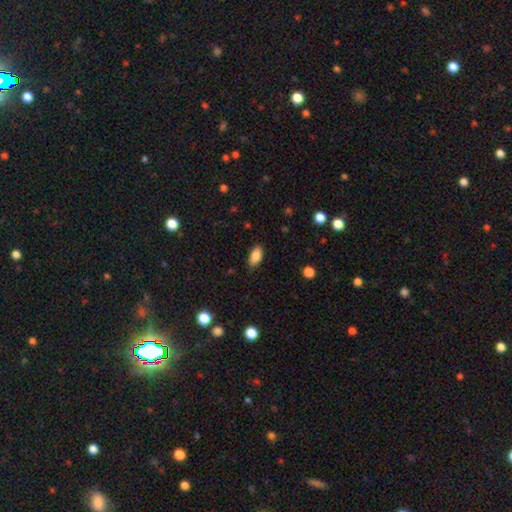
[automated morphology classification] This is clearly a smooth galaxy (86%). How rounded: clearly in between (92%). Merging: clearly none (84%).